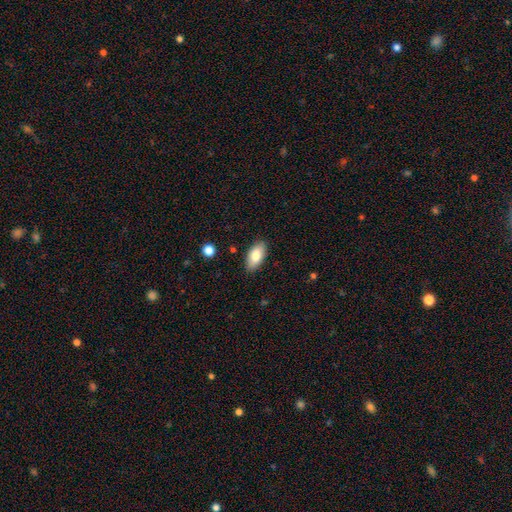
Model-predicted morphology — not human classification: smooth 81%, featured or disk 13%, star or artifact 7%. Down the decision tree: how rounded — in between (91%); merging — none (87%).